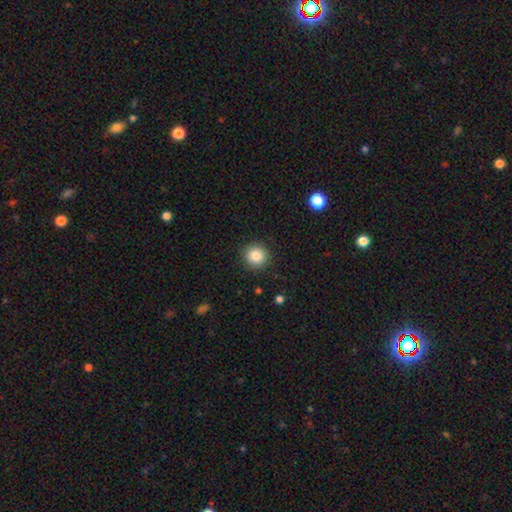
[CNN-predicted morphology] Smooth or featured: smooth — 85% (star or artifact — 10%)
How rounded: round — 94% (in between — 5%)
Merging: none — 91% (minor disturbance — 6%)